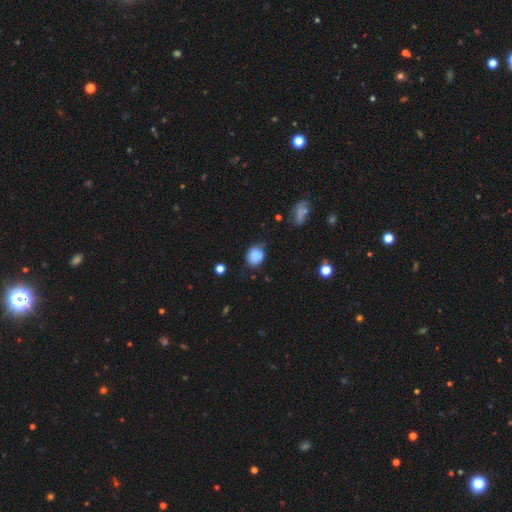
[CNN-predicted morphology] Q: Smooth or featured?
A: smooth (84%); runner-up: star or artifact (10%)
Q: How rounded?
A: round (66%); runner-up: in between (33%)
Q: Merging?
A: none (62%); runner-up: minor disturbance (28%)